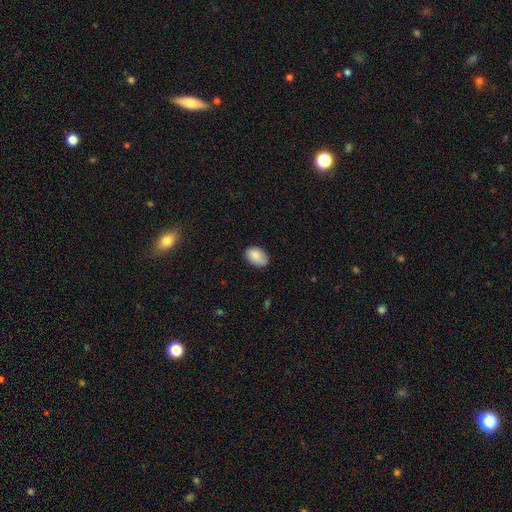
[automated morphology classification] smooth 87%, star or artifact 7%, featured or disk 6%. Down the decision tree: how rounded — in between (90%); merging — none (77%).